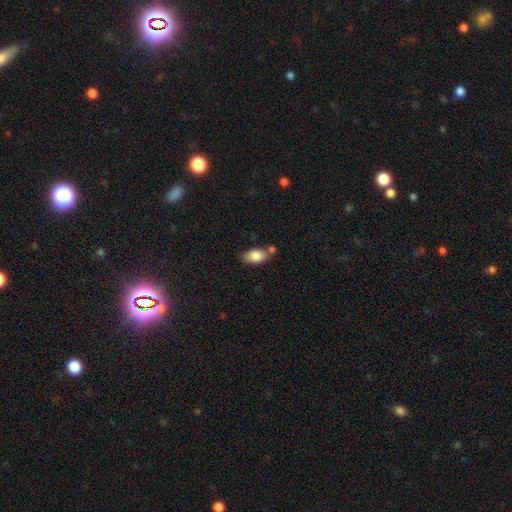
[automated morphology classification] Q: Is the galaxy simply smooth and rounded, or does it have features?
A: smooth — 85%.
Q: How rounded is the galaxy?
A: in between — 91%.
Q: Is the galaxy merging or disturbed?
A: none — 61%.